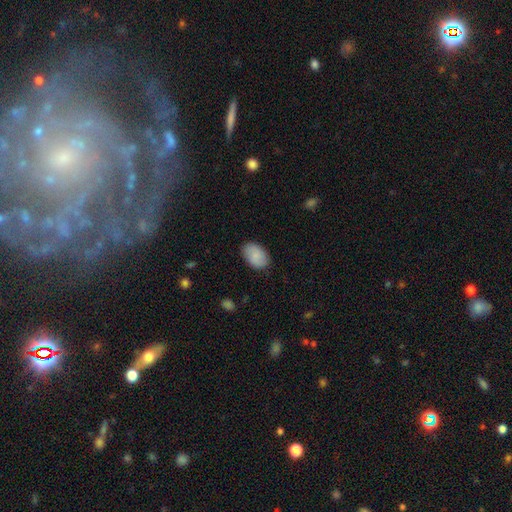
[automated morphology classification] Smooth or featured: smooth — 84% (featured or disk — 10%)
How rounded: in between — 89% (round — 10%)
Merging: none — 85% (minor disturbance — 11%)